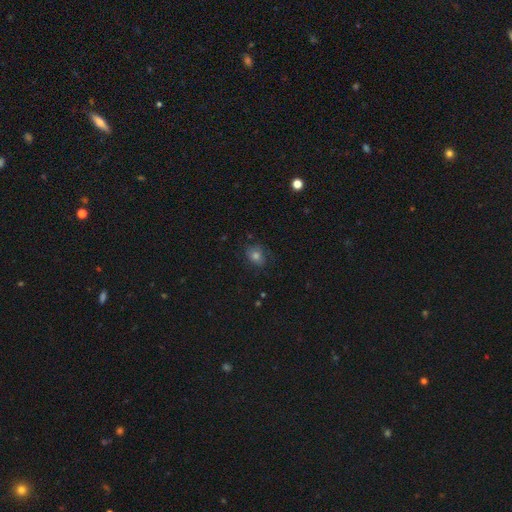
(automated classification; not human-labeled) Smooth or featured? Predicted: smooth (p=0.64). How rounded? Predicted: round (p=0.57). Merging? Predicted: none (p=0.72).